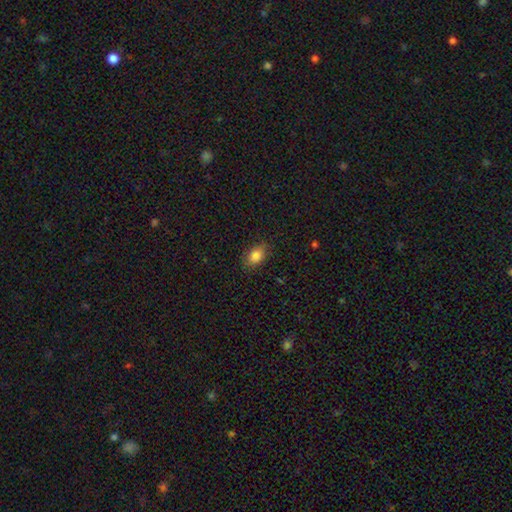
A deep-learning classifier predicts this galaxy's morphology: type=smooth (84%); roundness=in between (82%); merging=none (82%).